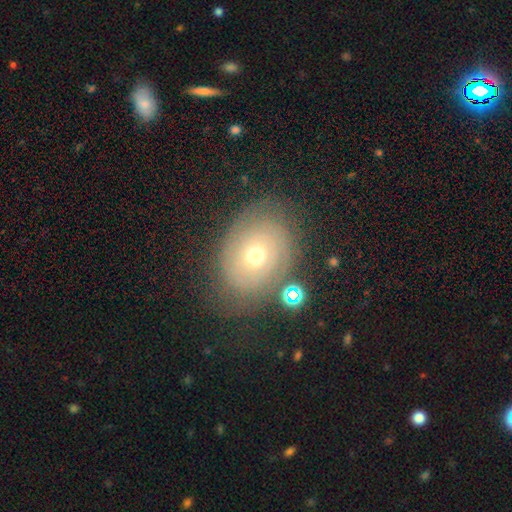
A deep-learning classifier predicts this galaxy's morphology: Smooth or featured? featured or disk (53%)
Edge-on disk? no (94%)
Bar? no (84%)
Spiral arms? yes (63%)
Bulge size? moderate (53%)
Merging? none (68%)